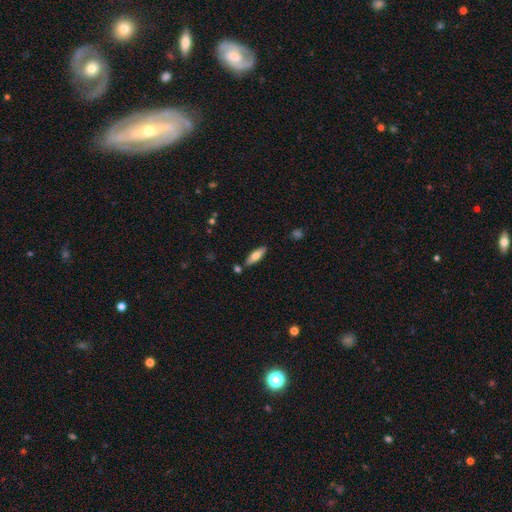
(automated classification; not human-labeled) A smooth galaxy with no disk features (64%) that is in between round and cigar-shaped (51%).

Vote fractions:
- Smooth or featured? smooth: 64% / featured or disk: 30% / star or artifact: 6%
- How rounded? in between: 51% / cigar-shaped: 47% / round: 2%
- Merging? none: 81% / minor disturbance: 11% / merger: 6% / major disturbance: 2%